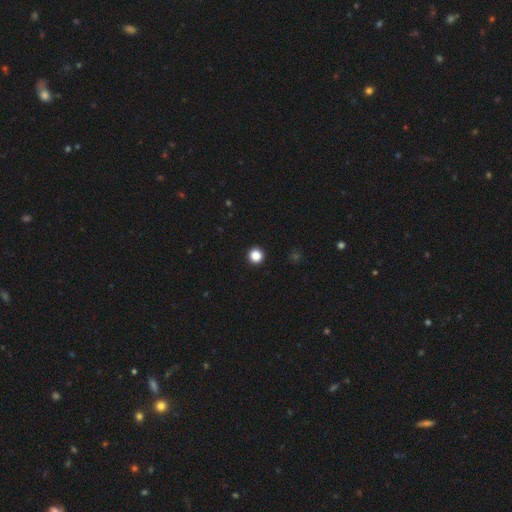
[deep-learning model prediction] smooth_or_featured: smooth (p=0.86) [alt: star or artifact p=0.11]
how_rounded: round (p=0.96) [alt: in between p=0.03]
merging: none (p=0.94) [alt: minor disturbance p=0.03]